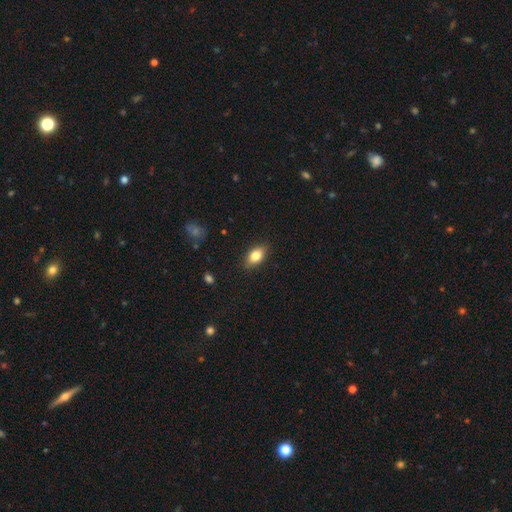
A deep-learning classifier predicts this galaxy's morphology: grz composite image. It shows a smooth galaxy with no disk features (79%) that is in between round and cigar-shaped (85%). Merging: none (86%).